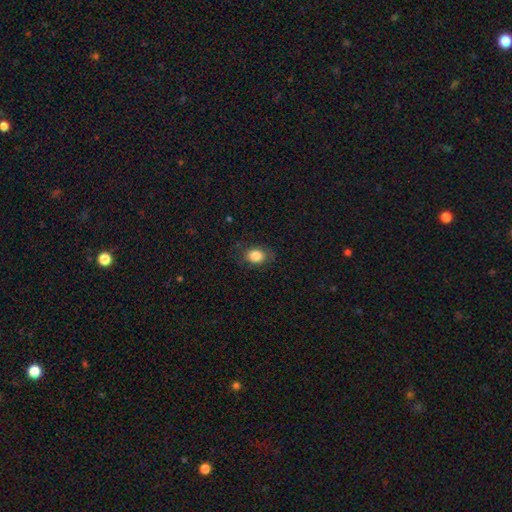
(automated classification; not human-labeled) Overall: smooth (84%). How rounded: in between (54%; round 45%). Merging: none (80%).